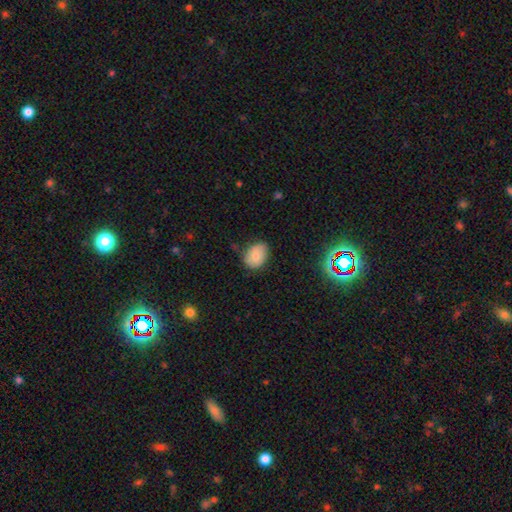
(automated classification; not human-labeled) A smooth galaxy with no disk features (77%) that is in between round and cigar-shaped (73%).

Vote fractions:
- Smooth or featured? smooth: 77% / featured or disk: 15% / star or artifact: 8%
- How rounded? in between: 73% / round: 26% / cigar-shaped: 1%
- Merging? none: 70% / minor disturbance: 24% / major disturbance: 4% / merger: 2%